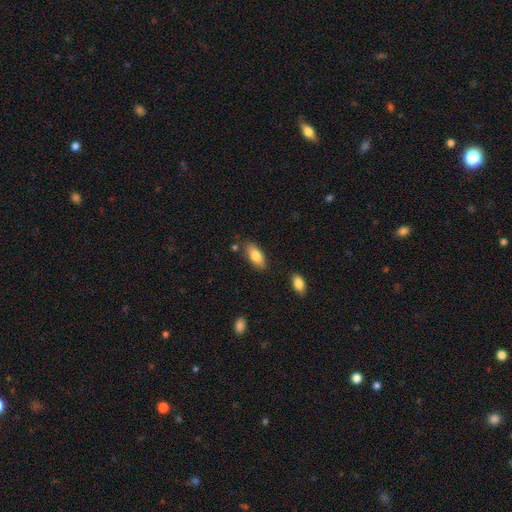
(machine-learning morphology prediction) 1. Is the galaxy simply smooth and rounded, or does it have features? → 79% smooth, 15% featured or disk, 7% star or artifact.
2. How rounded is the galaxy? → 83% in between, 14% cigar-shaped, 2% round.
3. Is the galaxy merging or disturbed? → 80% none, 13% minor disturbance, 4% merger, 3% major disturbance.